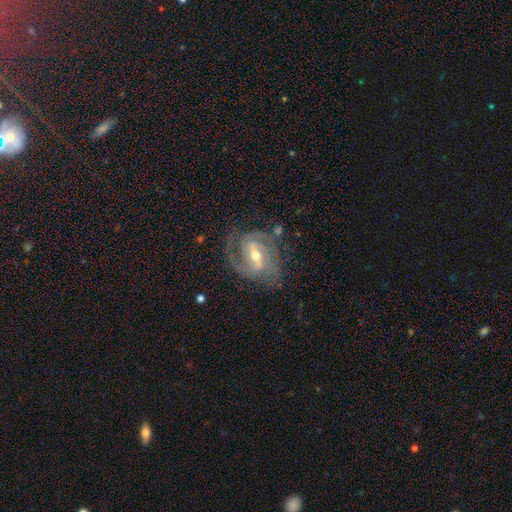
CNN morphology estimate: Smooth or featured: featured or disk — 89% (smooth — 6%)
Edge-on disk: no — 96% (yes — 4%)
Bar: strong — 47% (weak — 41%)
Spiral arms: yes — 96% (no — 4%)
Spiral winding: medium — 49% (tight — 36%)
Spiral arm count: 2 — 58% (3 — 20%)
Bulge size: moderate — 55% (small — 41%)
Merging: none — 67% (minor disturbance — 19%)